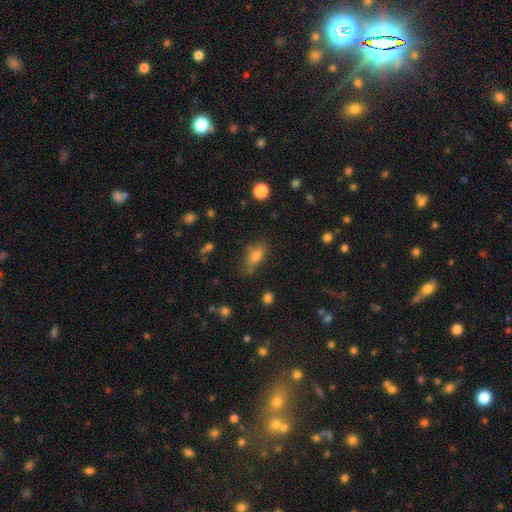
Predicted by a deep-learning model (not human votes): Smooth or featured: smooth — 76% (featured or disk — 12%)
How rounded: in between — 80% (cigar-shaped — 12%)
Merging: none — 65% (minor disturbance — 24%)